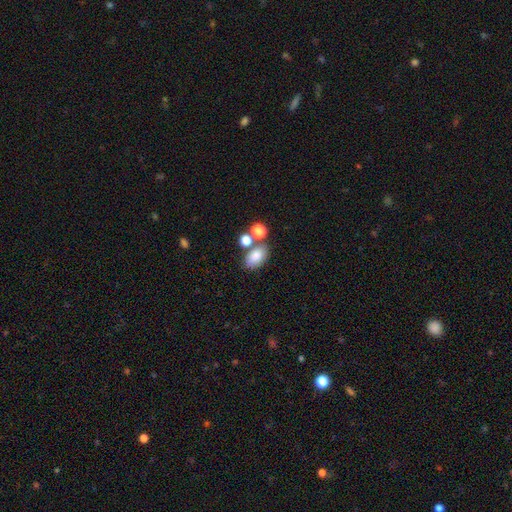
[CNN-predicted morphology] Smooth or featured?
  - smooth: 80% *
  - featured or disk: 11%
  - star or artifact: 10%
How rounded?
  - in between: 85% *
  - round: 13%
  - cigar-shaped: 2%
Merging?
  - none: 59% *
  - merger: 23%
  - minor disturbance: 13%
  - major disturbance: 5%